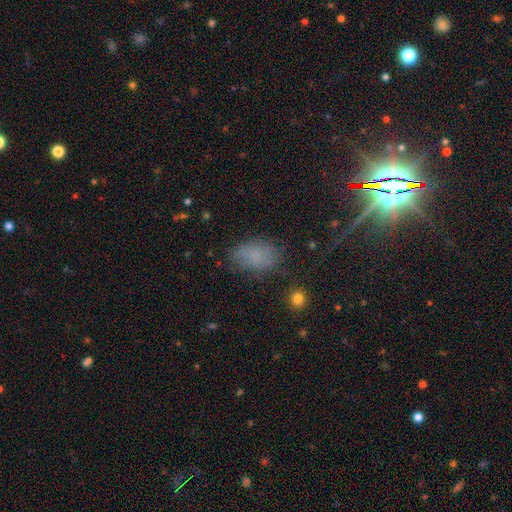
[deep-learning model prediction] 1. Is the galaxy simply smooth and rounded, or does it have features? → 70% smooth, 17% star or artifact, 12% featured or disk.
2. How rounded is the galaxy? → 85% in between, 13% round, 2% cigar-shaped.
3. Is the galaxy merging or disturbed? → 70% none, 21% minor disturbance, 8% major disturbance, 2% merger.